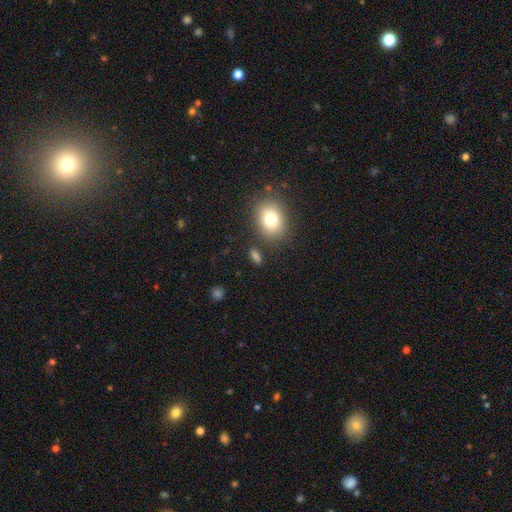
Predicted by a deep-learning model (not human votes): A smooth galaxy with no disk features (77%) that is in between round and cigar-shaped (69%).

Vote fractions:
- Smooth or featured? smooth: 77% / star or artifact: 14% / featured or disk: 9%
- How rounded? in between: 69% / round: 23% / cigar-shaped: 8%
- Merging? none: 78% / minor disturbance: 12% / merger: 6% / major disturbance: 4%